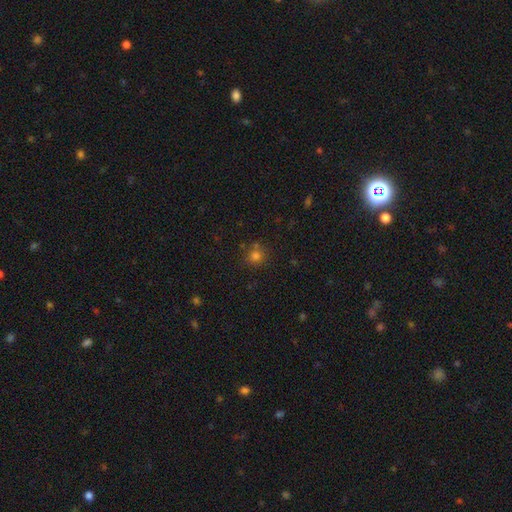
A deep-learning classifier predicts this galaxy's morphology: This appears to be a smooth galaxy with no disk features (76%) that is round (90%). Merging: none (77%).